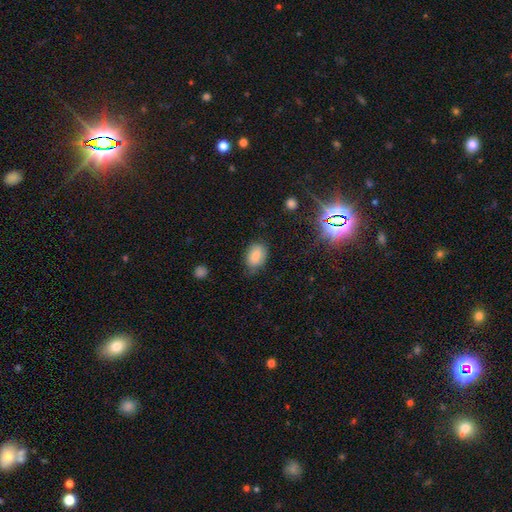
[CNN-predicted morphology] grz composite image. It shows a smooth galaxy with no disk features (82%) that is in between round and cigar-shaped (79%). Merging: none (71%).